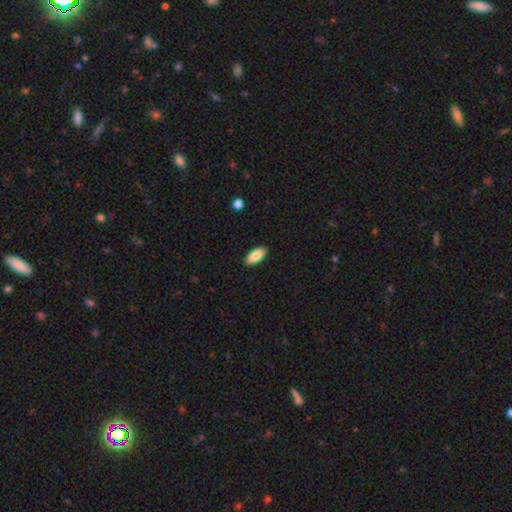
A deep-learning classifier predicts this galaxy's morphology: Q: Smooth or featured?
A: smooth (88%); runner-up: star or artifact (6%)
Q: How rounded?
A: in between (89%); runner-up: cigar-shaped (10%)
Q: Merging?
A: none (90%); runner-up: minor disturbance (7%)